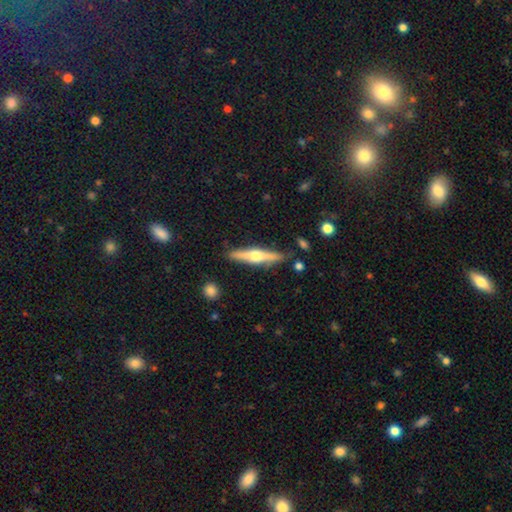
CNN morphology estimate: A featured or disk galaxy (64%) viewed edge-on (96%) with a rounded central bulge (93%).

Vote fractions:
- Smooth or featured? featured or disk: 64% / smooth: 31% / star or artifact: 5%
- Edge-on disk? yes: 96% / no: 4%
- Edge-on bulge? rounded: 93% / none: 3% / boxy: 3%
- Merging? none: 85% / minor disturbance: 10% / merger: 2% / major disturbance: 2%